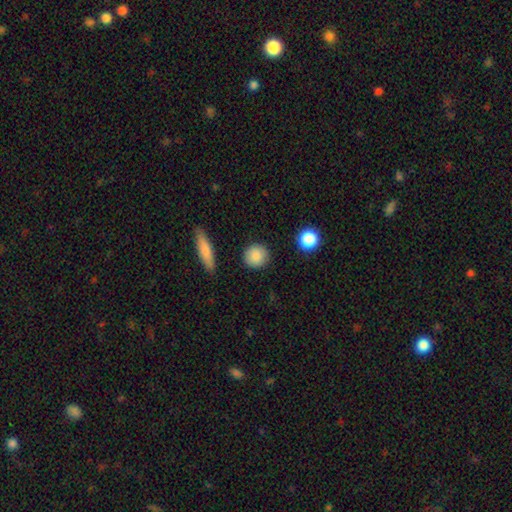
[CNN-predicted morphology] The model was most divided on "how rounded": round: 89%, in between: 10%, cigar-shaped: 2%. More confident: merging — none (90%); smooth or featured — smooth (88%).